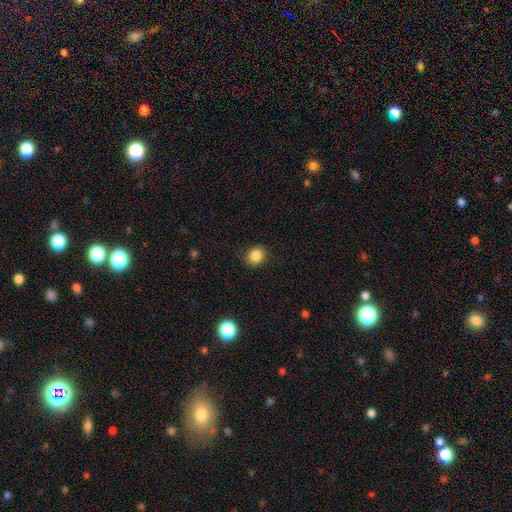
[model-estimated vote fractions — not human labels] Overall: smooth (85%). How rounded: round (75%). Merging: none (85%).